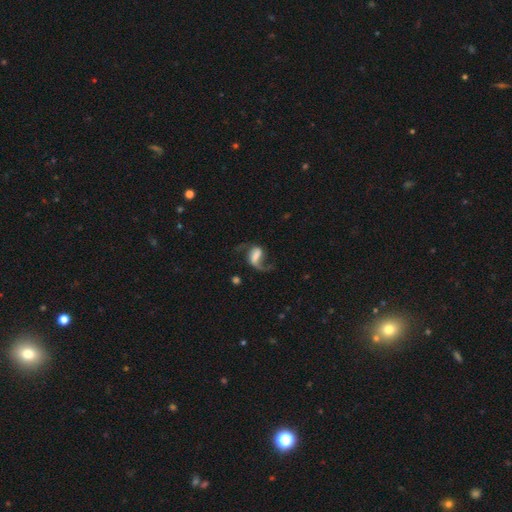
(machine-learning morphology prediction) This appears to be a featured or disk galaxy (74%) with a strong bar (39%), 2 (67%) loose (76%) spiral arms (92%) and no central bulge (36%). Merging: none (49%).